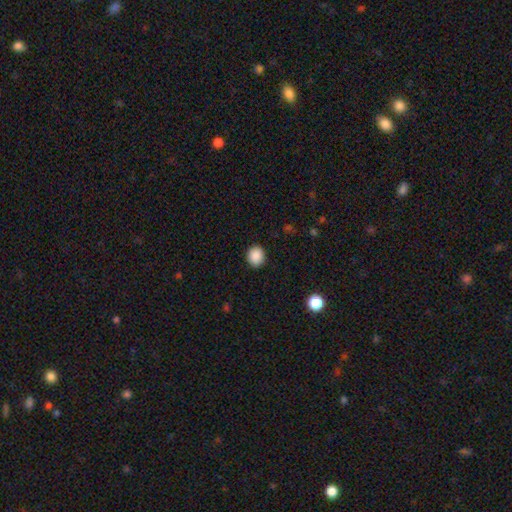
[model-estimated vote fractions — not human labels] Smooth or featured: smooth — 89% (star or artifact — 9%)
How rounded: round — 74% (in between — 25%)
Merging: none — 90% (minor disturbance — 7%)